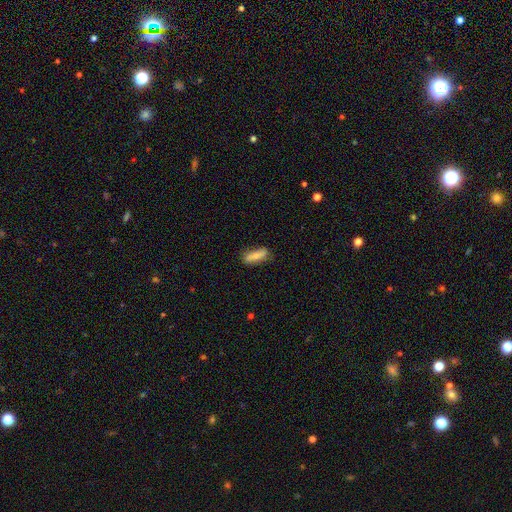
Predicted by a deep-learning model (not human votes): A smooth galaxy with no disk features (70%) that is cigar-shaped (51%). Merging: none (76%).